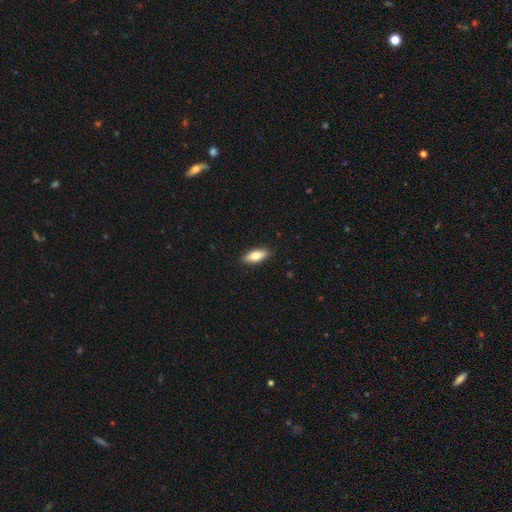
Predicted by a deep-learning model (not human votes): This appears to be a smooth galaxy with no disk features (78%) that is in between round and cigar-shaped (73%). Merging: none (89%).